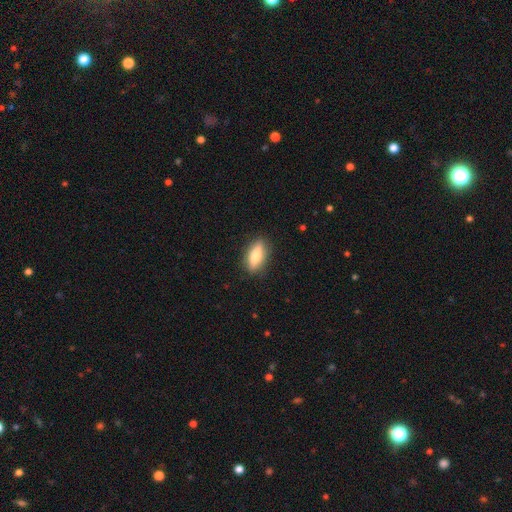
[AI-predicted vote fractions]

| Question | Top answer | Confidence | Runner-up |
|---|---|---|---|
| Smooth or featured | smooth | 66% | featured or disk (28%) |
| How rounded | in between | 67% | cigar-shaped (30%) |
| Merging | none | 86% | minor disturbance (10%) |